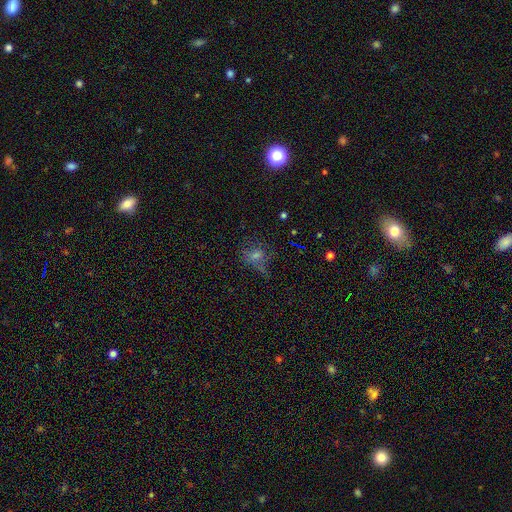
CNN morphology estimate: Smooth or featured? Predicted: smooth (p=0.41). Merging? Predicted: none (p=0.55).